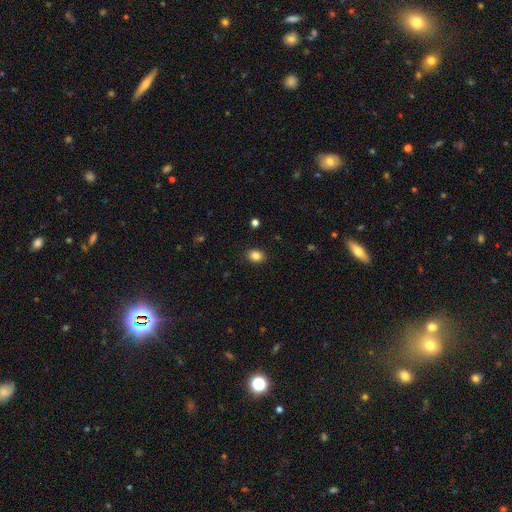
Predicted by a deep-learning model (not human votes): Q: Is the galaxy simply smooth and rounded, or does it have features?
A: smooth — 85%.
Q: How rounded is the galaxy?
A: in between — 50%.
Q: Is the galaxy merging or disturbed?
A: none — 89%.